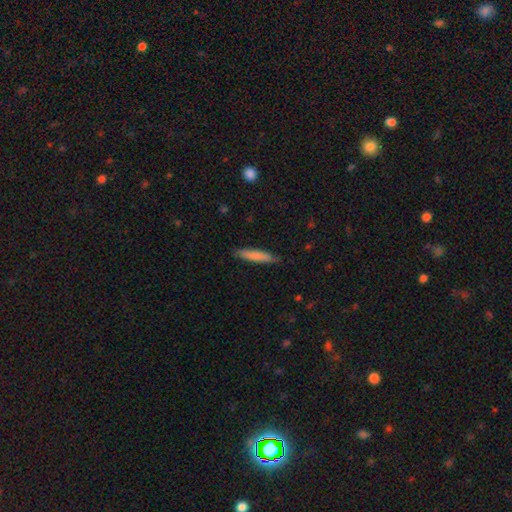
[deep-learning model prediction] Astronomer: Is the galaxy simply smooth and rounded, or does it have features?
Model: smooth — 79%.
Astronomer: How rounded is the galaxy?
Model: cigar-shaped — 88%.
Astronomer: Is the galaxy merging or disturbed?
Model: none — 84%.